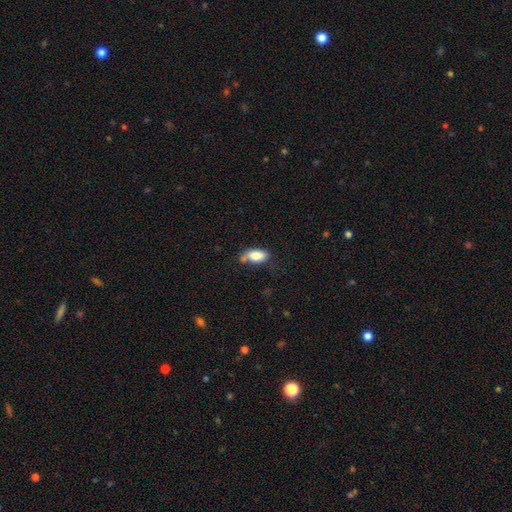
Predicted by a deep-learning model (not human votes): Smooth or featured?
  - smooth: 82% *
  - featured or disk: 11%
  - star or artifact: 7%
How rounded?
  - in between: 88% *
  - cigar-shaped: 9%
  - round: 3%
Merging?
  - none: 58% *
  - minor disturbance: 25%
  - merger: 11%
  - major disturbance: 6%